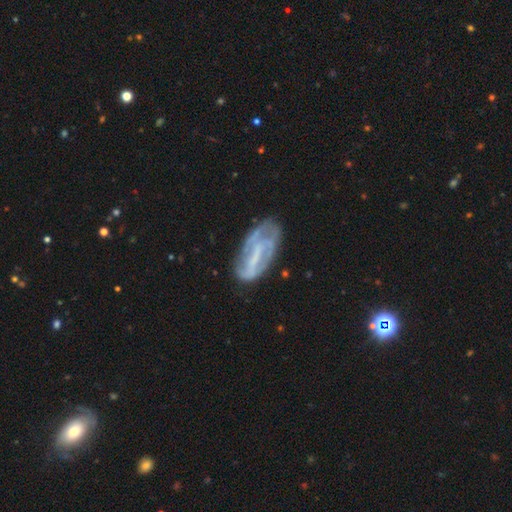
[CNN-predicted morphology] The model was most divided on "bar": strong: 38%, weak: 32%, no: 30%. More confident: edge-on disk — no (89%); smooth or featured — featured or disk (63%); merging — none (56%); bulge size — none (55%); spiral arms — yes (54%).